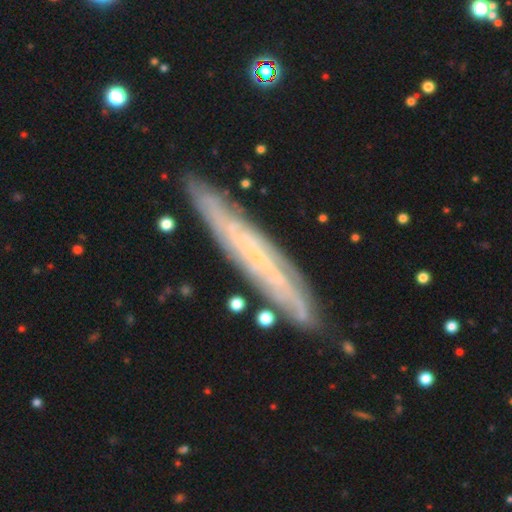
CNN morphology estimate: A featured or disk galaxy (64%) viewed edge-on (73%).

Vote fractions:
- Smooth or featured? featured or disk: 64% / smooth: 28% / star or artifact: 8%
- Edge-on disk? yes: 73% / no: 27%
- Merging? none: 85% / minor disturbance: 11% / merger: 2% / major disturbance: 2%